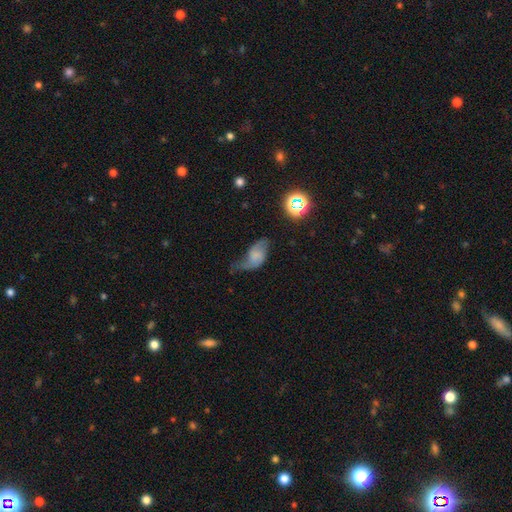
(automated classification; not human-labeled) Smooth or featured?
  - featured or disk: 57% *
  - smooth: 32%
  - star or artifact: 12%
Edge-on disk?
  - no: 96% *
  - yes: 4%
Bar?
  - no: 61% *
  - weak: 31%
  - strong: 8%
Spiral arms?
  - yes: 87% *
  - no: 13%
Bulge size?
  - none: 53% *
  - small: 21%
  - moderate: 14%
  - large: 8%
  - dominant: 4%
Merging?
  - none: 38% *
  - minor disturbance: 33%
  - major disturbance: 26%
  - merger: 4%